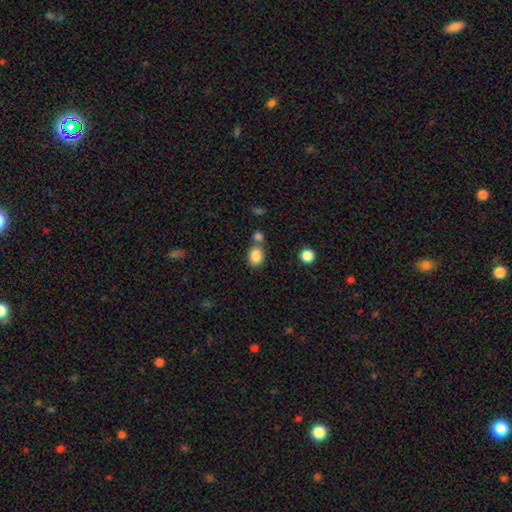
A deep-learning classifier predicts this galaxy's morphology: Smooth or featured? Predicted: smooth (p=0.84). How rounded? Predicted: in between (p=0.52). Merging? Predicted: none (p=0.60).